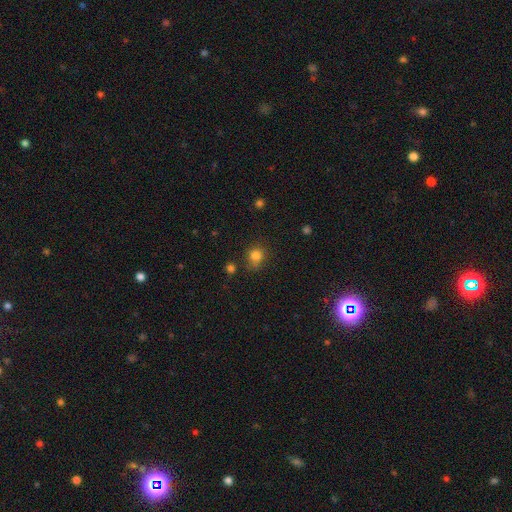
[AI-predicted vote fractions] Smooth or featured? smooth (81%)
How rounded? round (78%)
Merging? none (67%)